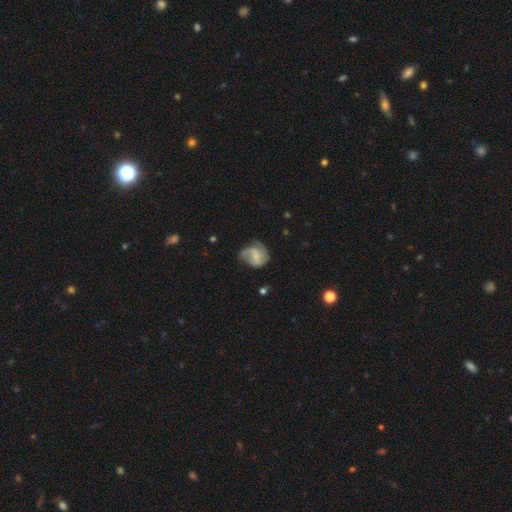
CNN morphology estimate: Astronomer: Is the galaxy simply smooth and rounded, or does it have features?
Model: featured or disk — 64%.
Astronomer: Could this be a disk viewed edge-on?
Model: no — 98%.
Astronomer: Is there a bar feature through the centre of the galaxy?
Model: no — 57% (runner-up: weak, 36%).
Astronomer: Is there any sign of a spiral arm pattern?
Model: yes — 86%.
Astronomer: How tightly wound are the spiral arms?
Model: medium — 45% (runner-up: tight, 29%).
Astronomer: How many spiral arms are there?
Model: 2 — 41% (runner-up: 3, 21%).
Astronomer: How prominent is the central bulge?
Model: small — 57%.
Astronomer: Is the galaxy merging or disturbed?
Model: none — 46% (runner-up: minor disturbance, 28%).